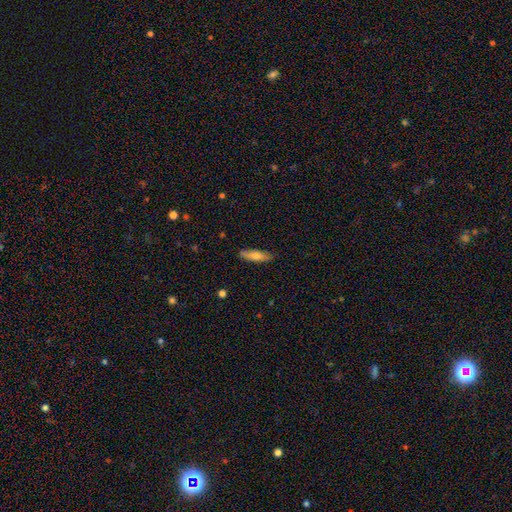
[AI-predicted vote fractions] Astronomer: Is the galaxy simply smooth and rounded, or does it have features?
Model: smooth — 68%.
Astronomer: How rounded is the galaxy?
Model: cigar-shaped — 63%.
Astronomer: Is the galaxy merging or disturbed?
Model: none — 84%.